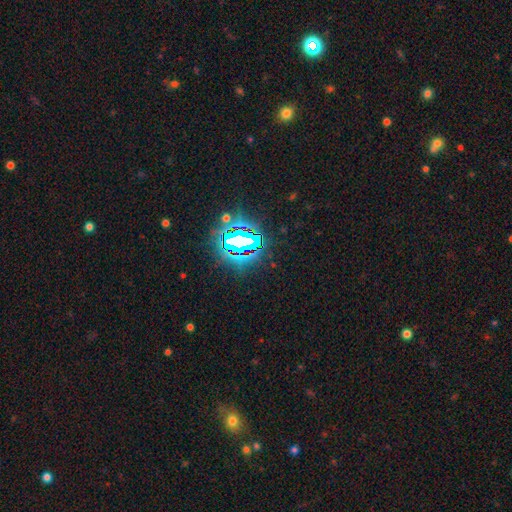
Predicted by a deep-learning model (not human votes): smooth-or-featured: star or artifact: 83% | smooth: 10% | featured or disk: 7%